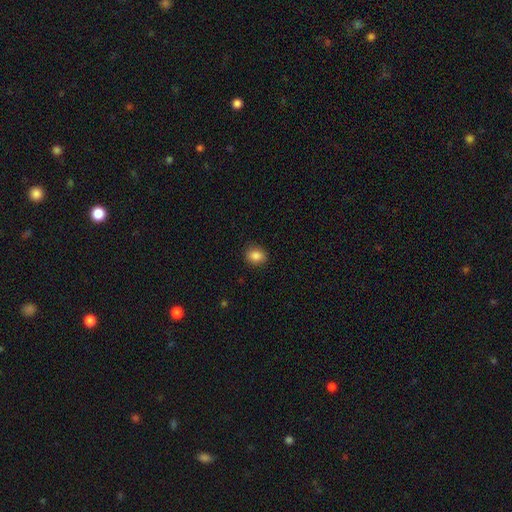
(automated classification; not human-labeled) Smooth or featured? smooth (86%)
How rounded? in between (57%)
Merging? none (87%)